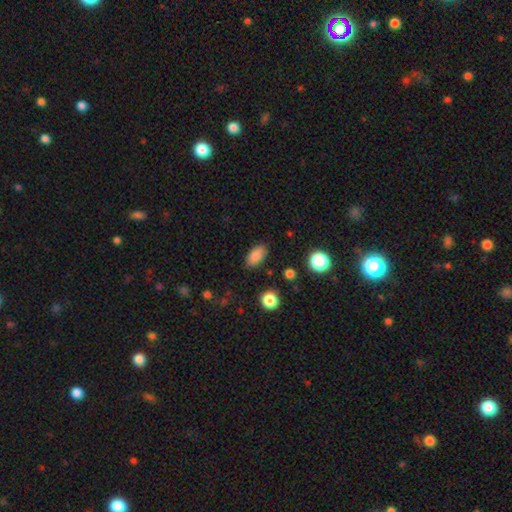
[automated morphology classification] Smooth or featured?
  - smooth: 85% *
  - star or artifact: 9%
  - featured or disk: 6%
How rounded?
  - in between: 91% *
  - round: 6%
  - cigar-shaped: 3%
Merging?
  - none: 84% *
  - minor disturbance: 11%
  - major disturbance: 3%
  - merger: 2%